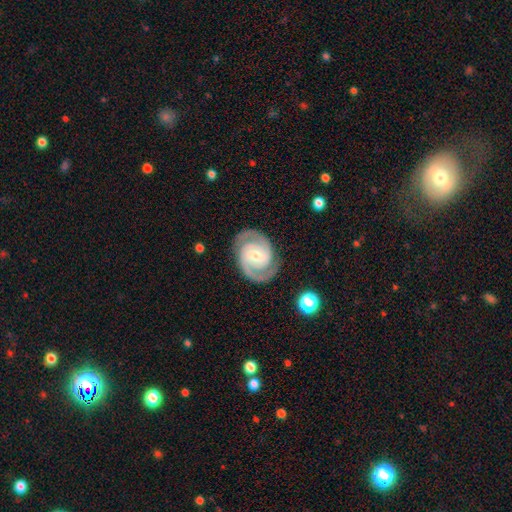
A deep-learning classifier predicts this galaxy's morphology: Q: Smooth or featured?
A: featured or disk (91%); runner-up: smooth (5%)
Q: Edge-on disk?
A: no (98%); runner-up: yes (2%)
Q: Bar?
A: weak (45%); runner-up: no (37%)
Q: Spiral arms?
A: yes (98%); runner-up: no (2%)
Q: Spiral winding?
A: tight (57%); runner-up: medium (38%)
Q: Spiral arm count?
A: 2 (91%); runner-up: 3 (3%)
Q: Bulge size?
A: moderate (49%); runner-up: small (46%)
Q: Merging?
A: none (84%); runner-up: minor disturbance (12%)